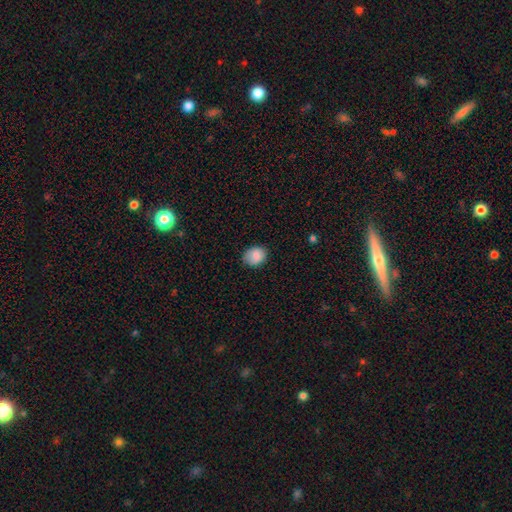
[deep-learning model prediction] A smooth galaxy with no disk features (86%) that is round (52%). Merging: none (76%).